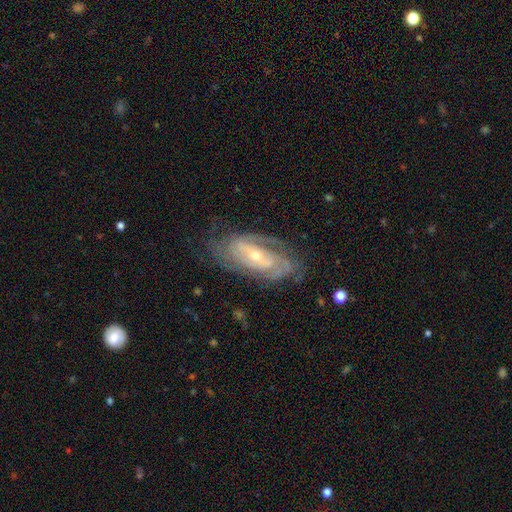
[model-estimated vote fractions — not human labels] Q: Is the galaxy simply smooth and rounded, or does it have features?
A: featured or disk — 86%.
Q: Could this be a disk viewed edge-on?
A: no — 92%.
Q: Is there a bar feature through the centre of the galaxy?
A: no — 44%.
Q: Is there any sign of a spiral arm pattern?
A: yes — 95%.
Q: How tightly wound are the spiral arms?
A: tight — 64%.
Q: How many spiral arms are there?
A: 2 — 32%.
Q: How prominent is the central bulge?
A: small — 55%.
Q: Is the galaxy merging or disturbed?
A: none — 73%.